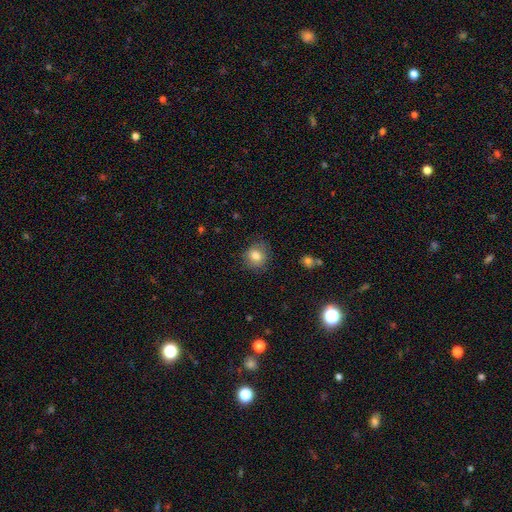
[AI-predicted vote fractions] Smooth or featured? Predicted: smooth (p=0.81). How rounded? Predicted: round (p=0.78). Merging? Predicted: none (p=0.79).